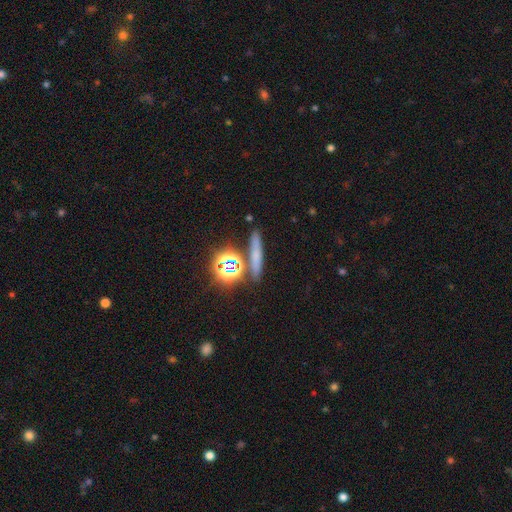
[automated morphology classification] Smooth or featured? smooth (55%)
How rounded? cigar-shaped (75%)
Merging? none (82%)